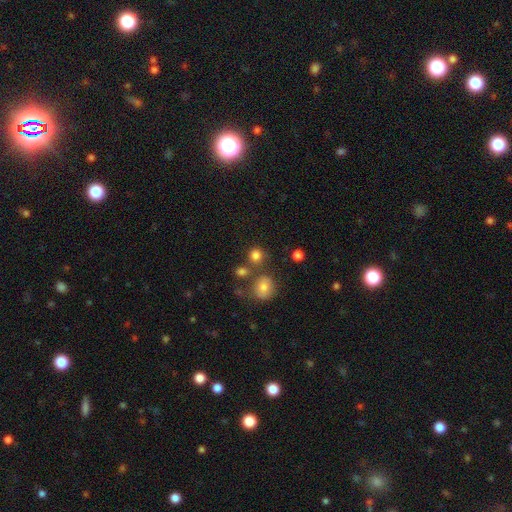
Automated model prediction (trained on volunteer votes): smooth_or_featured: smooth (p=0.81) [alt: star or artifact p=0.12]
how_rounded: round (p=0.86) [alt: in between p=0.13]
merging: none (p=0.67) [alt: merger p=0.18]